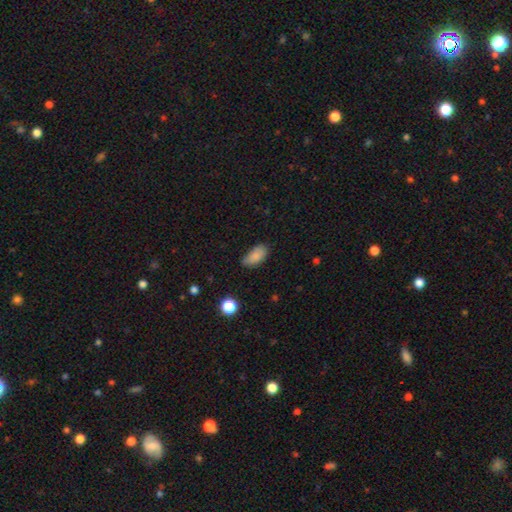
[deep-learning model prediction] smooth-or-featured: smooth: 86% | star or artifact: 8% | featured or disk: 6%
  how-rounded: in between: 92% | cigar-shaped: 4% | round: 3%
  merging: none: 72% | minor disturbance: 23% | major disturbance: 4% | merger: 1%